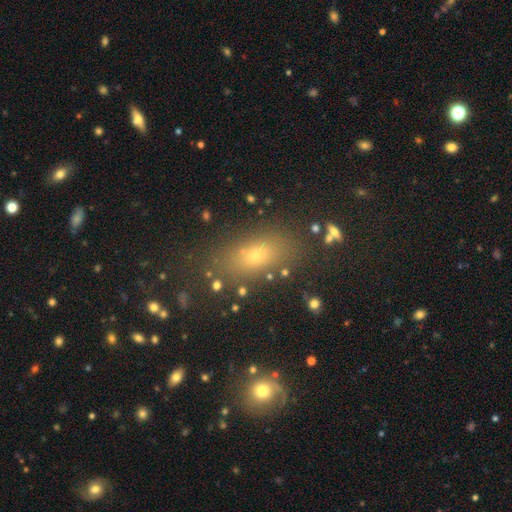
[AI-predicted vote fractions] Morphology: type=smooth (68%); roundness=in between (76%); merging=none (80%).